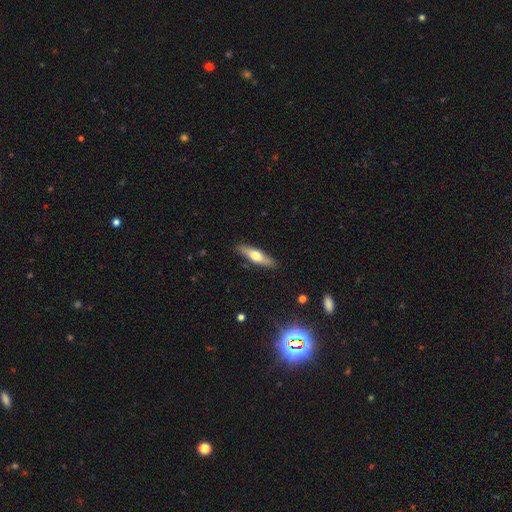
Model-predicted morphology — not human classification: A smooth galaxy with no disk features (55%) that is cigar-shaped (69%).

Vote fractions:
- Smooth or featured? smooth: 55% / featured or disk: 39% / star or artifact: 6%
- How rounded? cigar-shaped: 69% / in between: 29% / round: 2%
- Merging? none: 88% / minor disturbance: 9% / major disturbance: 2% / merger: 1%